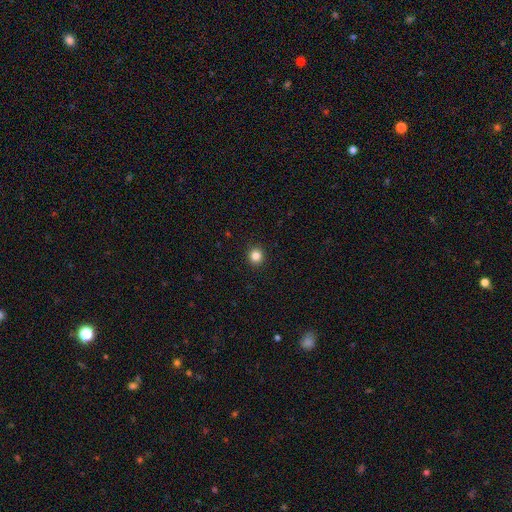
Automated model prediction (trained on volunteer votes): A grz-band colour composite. It shows a smooth galaxy with no disk features (83%) that is round (93%). Merging: none (93%).